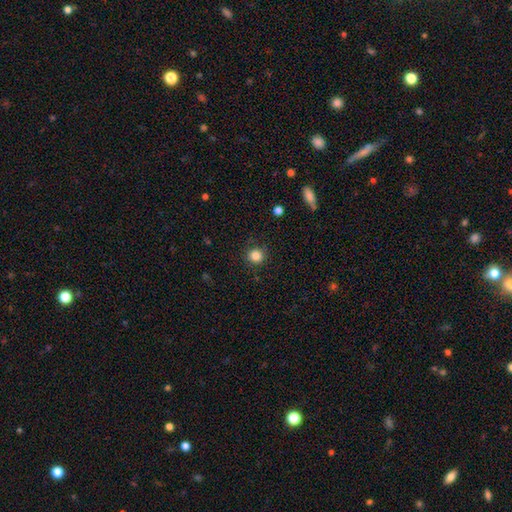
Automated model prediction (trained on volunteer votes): Smooth or featured? smooth (85%)
How rounded? round (93%)
Merging? none (88%)